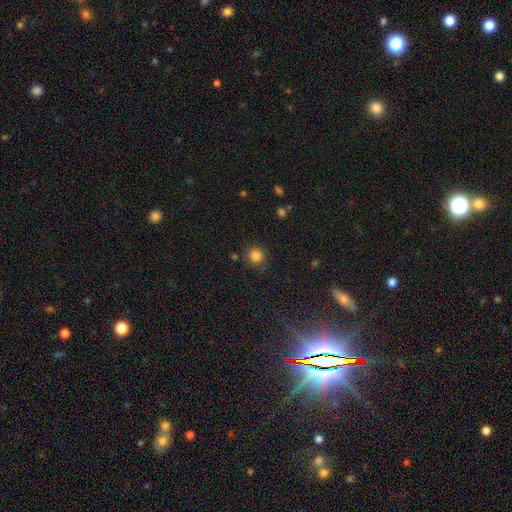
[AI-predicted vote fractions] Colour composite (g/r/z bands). It shows a smooth galaxy with no disk features (83%) that is round (92%). Merging: none (85%).